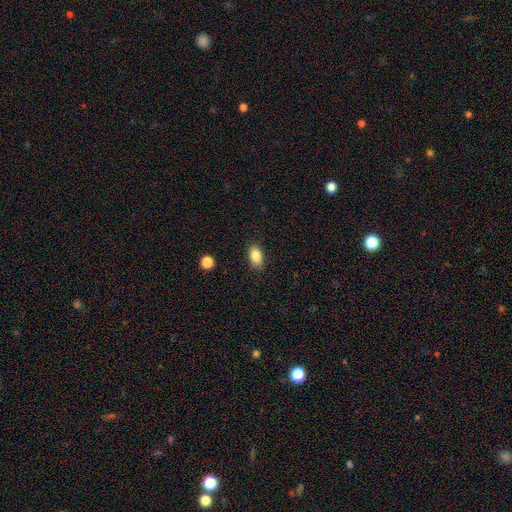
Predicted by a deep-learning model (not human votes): Morphology: type=smooth (85%); roundness=in between (88%); merging=none (85%).